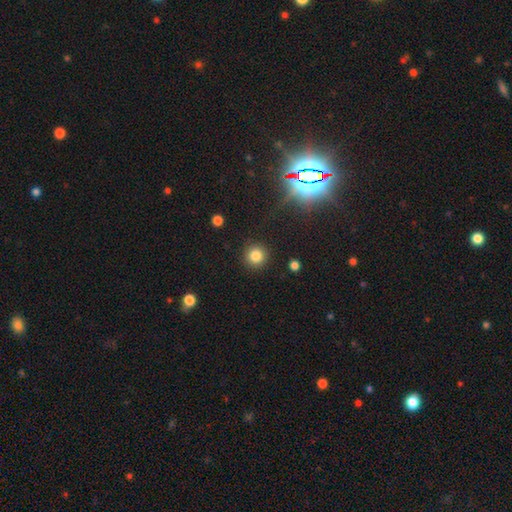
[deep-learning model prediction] Morphology: type=smooth (83%); roundness=round (94%); merging=none (90%).